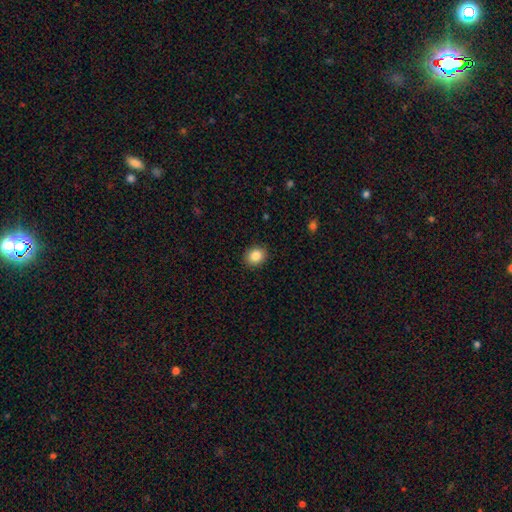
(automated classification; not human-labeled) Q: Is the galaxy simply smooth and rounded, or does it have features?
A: smooth — 85%.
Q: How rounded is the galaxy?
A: round — 64%.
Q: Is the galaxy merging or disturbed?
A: none — 90%.